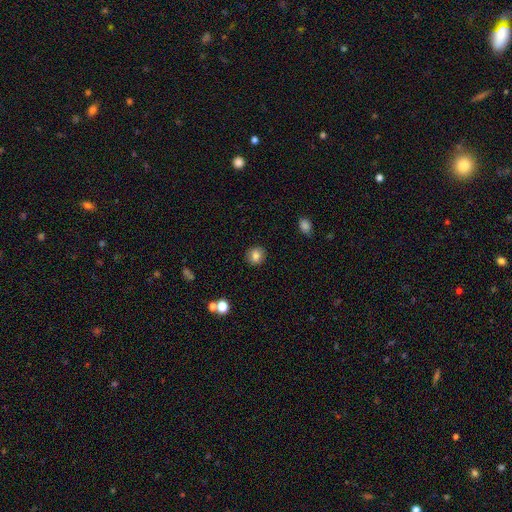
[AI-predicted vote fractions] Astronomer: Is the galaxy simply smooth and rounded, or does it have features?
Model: smooth — 82%.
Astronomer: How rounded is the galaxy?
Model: round — 88%.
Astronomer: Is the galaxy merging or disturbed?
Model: none — 91%.